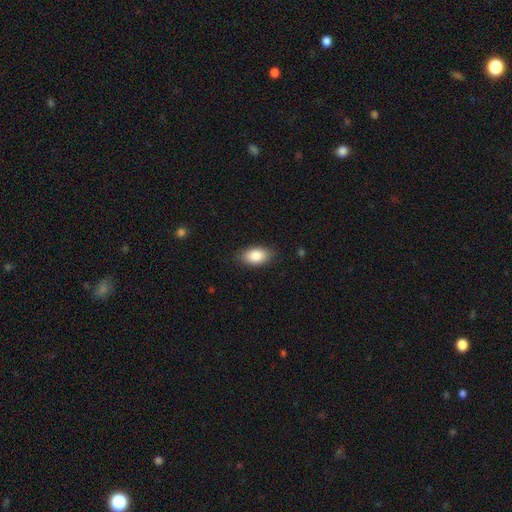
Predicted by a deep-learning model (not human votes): Smooth or featured?
  - smooth: 86% *
  - featured or disk: 7%
  - star or artifact: 7%
How rounded?
  - in between: 92% *
  - round: 6%
  - cigar-shaped: 2%
Merging?
  - none: 85% *
  - minor disturbance: 11%
  - major disturbance: 3%
  - merger: 1%